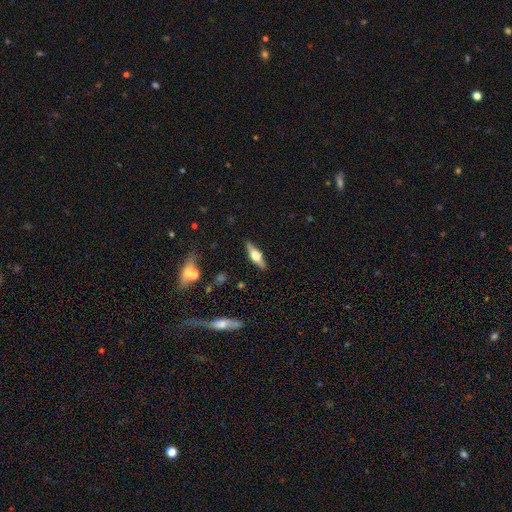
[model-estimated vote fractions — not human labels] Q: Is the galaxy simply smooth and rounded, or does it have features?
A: featured or disk — 58%.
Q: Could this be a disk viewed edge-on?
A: yes — 94%.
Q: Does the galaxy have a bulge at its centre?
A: rounded — 92%.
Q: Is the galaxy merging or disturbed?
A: none — 88%.